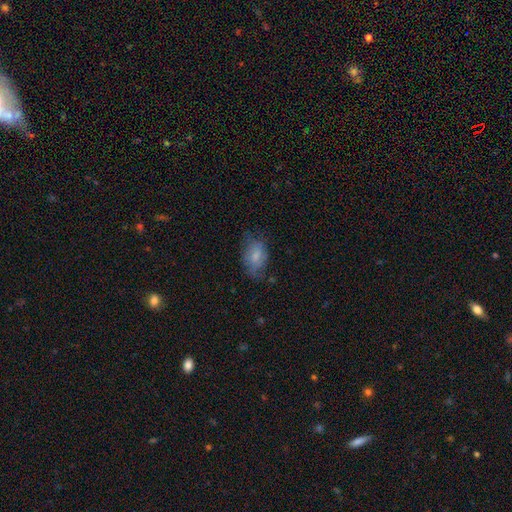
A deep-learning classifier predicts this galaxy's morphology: type=smooth (67%); roundness=in between (88%); merging=none (56%).